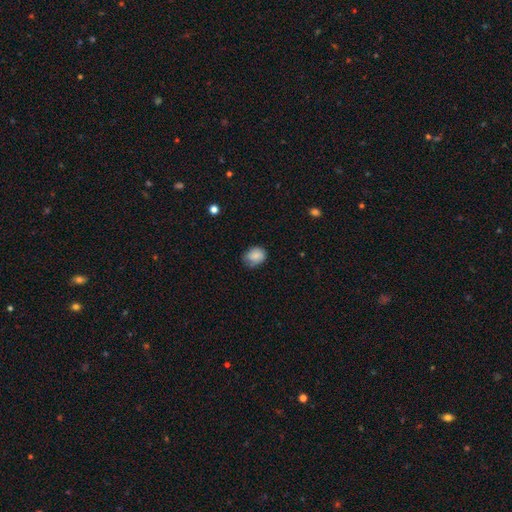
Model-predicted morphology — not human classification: Smooth or featured: smooth — 78% (featured or disk — 13%)
How rounded: in between — 51% (round — 48%)
Merging: none — 57% (minor disturbance — 33%)